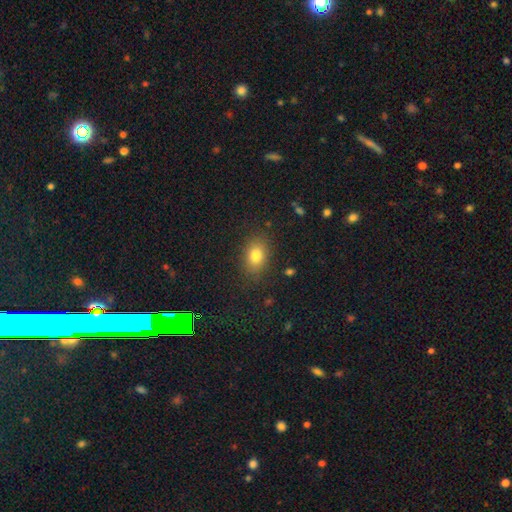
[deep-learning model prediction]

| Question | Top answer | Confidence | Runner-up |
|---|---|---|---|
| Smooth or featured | smooth | 80% | star or artifact (11%) |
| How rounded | in between | 75% | round (24%) |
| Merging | none | 83% | minor disturbance (12%) |